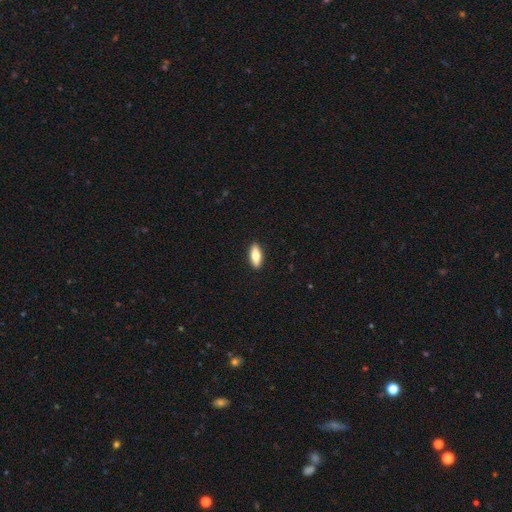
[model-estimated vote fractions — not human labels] Q: Smooth or featured?
A: smooth (74%); runner-up: featured or disk (20%)
Q: How rounded?
A: in between (75%); runner-up: cigar-shaped (22%)
Q: Merging?
A: none (91%); runner-up: minor disturbance (7%)